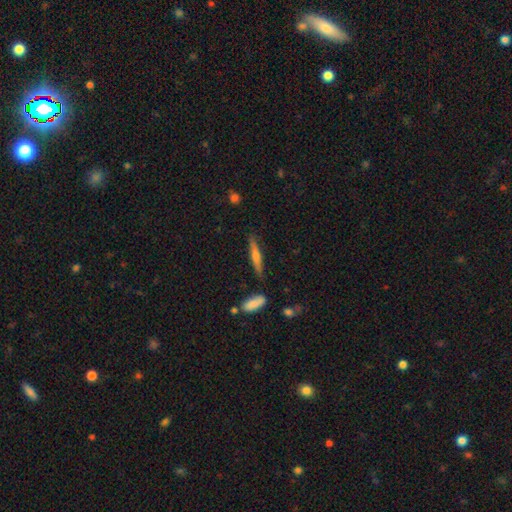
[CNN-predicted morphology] The model was most divided on "smooth or featured": featured or disk: 53%, smooth: 39%, star or artifact: 8%. More confident: edge-on disk — yes (95%); merging — none (85%); edge-on bulge — rounded (79%).